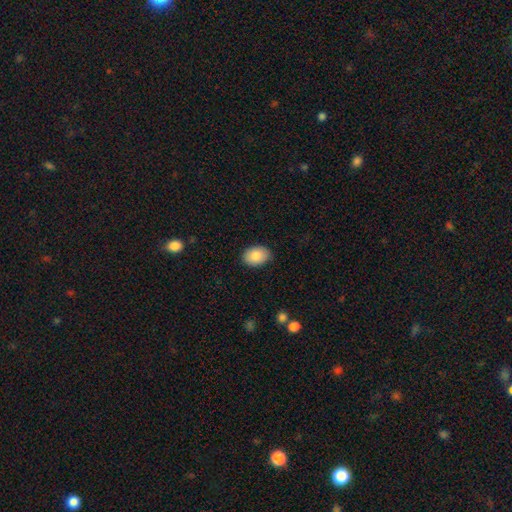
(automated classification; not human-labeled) Smooth or featured: smooth — 86% (featured or disk — 7%)
How rounded: in between — 80% (round — 19%)
Merging: none — 88% (minor disturbance — 9%)